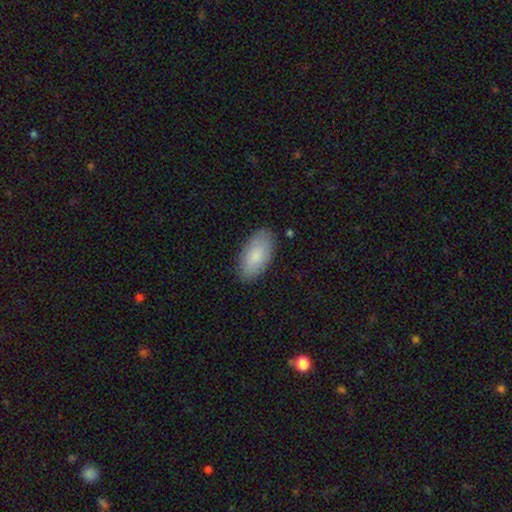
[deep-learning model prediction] Morphology: type=smooth (84%); roundness=in between (94%); merging=none (86%).